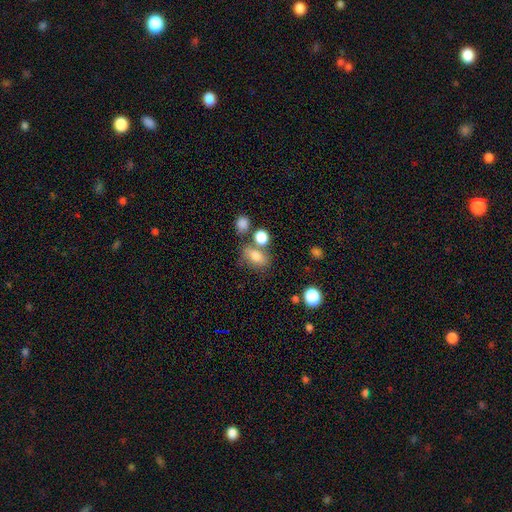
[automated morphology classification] A smooth galaxy with no disk features (75%) that is in between round and cigar-shaped (73%).

Vote fractions:
- Smooth or featured? smooth: 75% / star or artifact: 12% / featured or disk: 12%
- How rounded? in between: 73% / round: 24% / cigar-shaped: 3%
- Merging? none: 55% / merger: 22% / minor disturbance: 17% / major disturbance: 7%